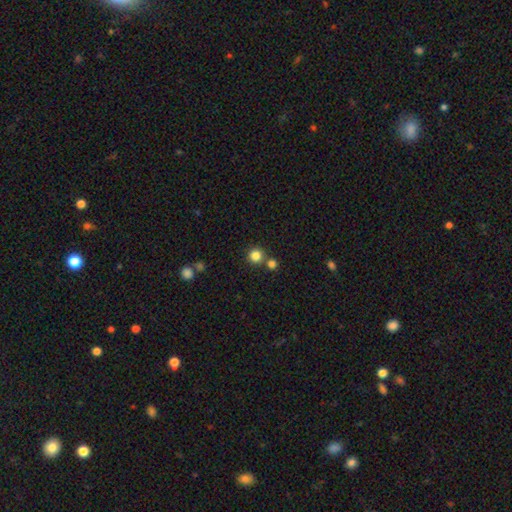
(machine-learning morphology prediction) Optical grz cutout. It shows a smooth galaxy with no disk features (83%) that is round (94%). Merging: none (75%).